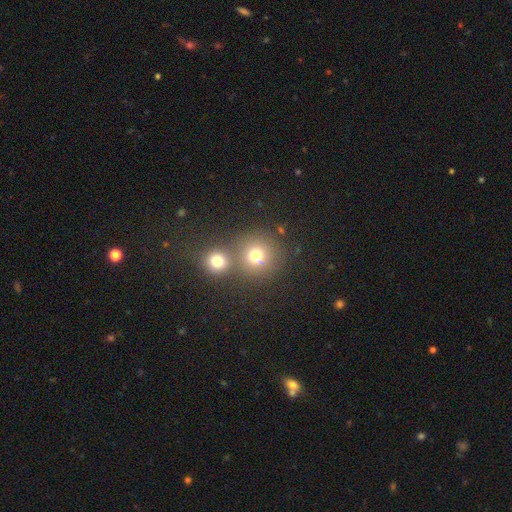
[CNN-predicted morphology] Smooth or featured?
  - smooth: 73% *
  - star or artifact: 16%
  - featured or disk: 11%
How rounded?
  - round: 90% *
  - in between: 9%
  - cigar-shaped: 1%
Merging?
  - none: 52% *
  - merger: 38%
  - minor disturbance: 7%
  - major disturbance: 4%